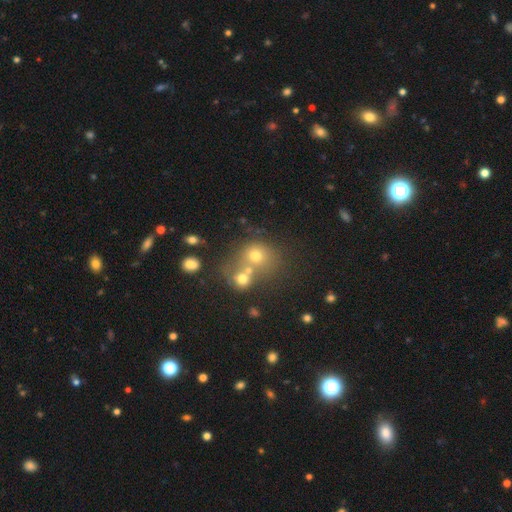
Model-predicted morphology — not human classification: Smooth or featured? smooth (66%)
How rounded? round (78%)
Merging? merger (49%)